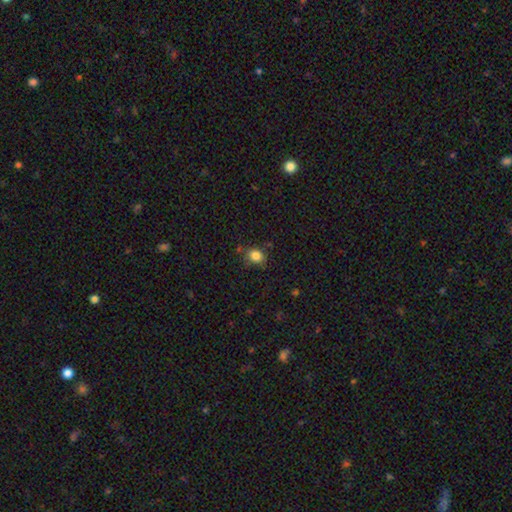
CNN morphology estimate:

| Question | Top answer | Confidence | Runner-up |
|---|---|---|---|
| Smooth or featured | smooth | 84% | star or artifact (11%) |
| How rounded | round | 63% | in between (36%) |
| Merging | none | 74% | minor disturbance (18%) |